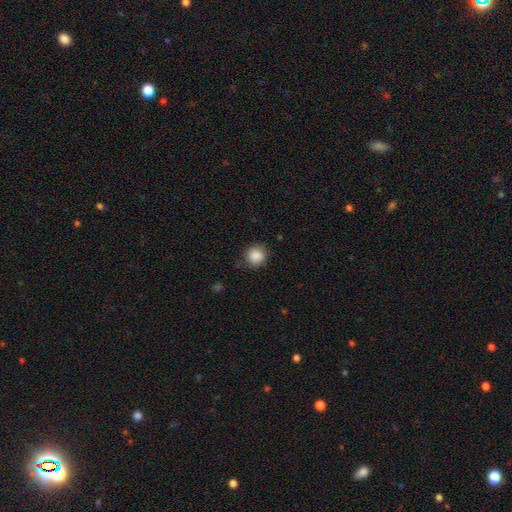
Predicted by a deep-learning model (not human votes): Q: Smooth or featured?
A: smooth (88%); runner-up: star or artifact (9%)
Q: How rounded?
A: round (88%); runner-up: in between (11%)
Q: Merging?
A: none (84%); runner-up: minor disturbance (12%)